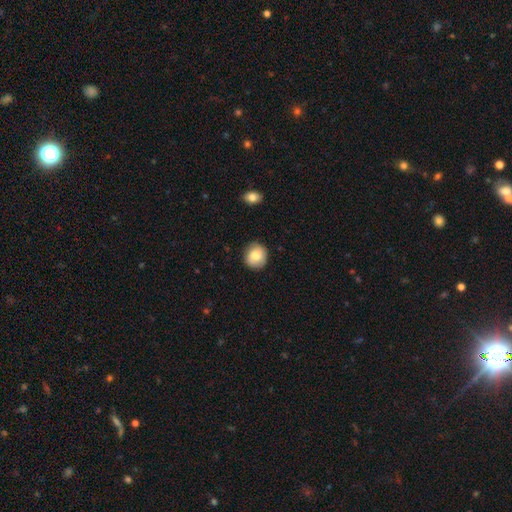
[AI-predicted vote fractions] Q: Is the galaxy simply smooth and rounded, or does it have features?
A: smooth — 78%.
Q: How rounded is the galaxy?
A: round — 86%.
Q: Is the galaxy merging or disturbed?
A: none — 86%.